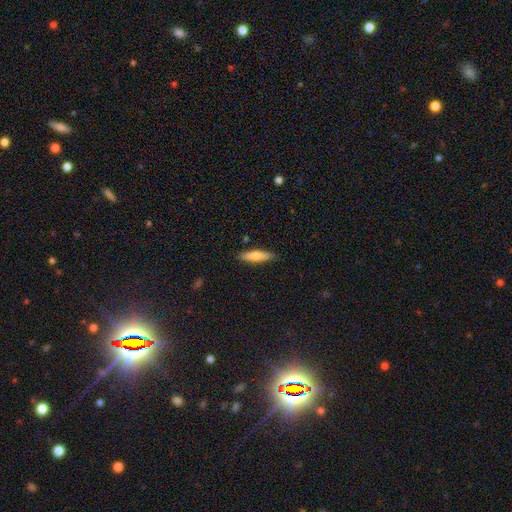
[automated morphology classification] smooth 67%, featured or disk 27%, star or artifact 6%. Down the decision tree: how rounded — cigar-shaped (75%); merging — none (87%).